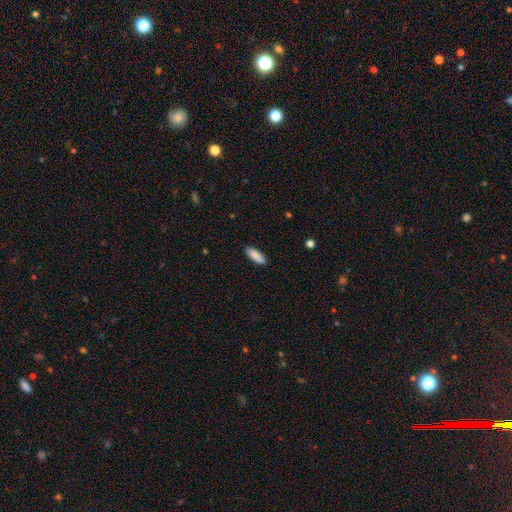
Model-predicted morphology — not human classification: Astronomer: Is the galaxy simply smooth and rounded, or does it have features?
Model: smooth — 88%.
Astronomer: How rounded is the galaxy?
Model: in between — 65%.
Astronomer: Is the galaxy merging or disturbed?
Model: none — 87%.